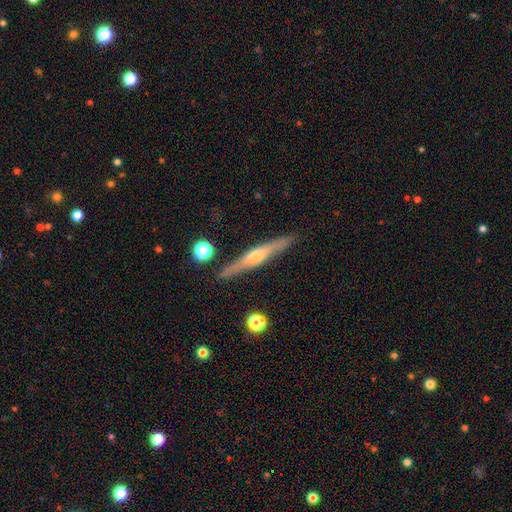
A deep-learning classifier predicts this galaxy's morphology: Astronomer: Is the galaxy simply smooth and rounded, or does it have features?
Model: featured or disk — 69%.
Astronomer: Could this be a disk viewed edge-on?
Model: yes — 97%.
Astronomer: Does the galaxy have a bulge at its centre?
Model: rounded — 79%.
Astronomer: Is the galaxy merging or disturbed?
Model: none — 89%.